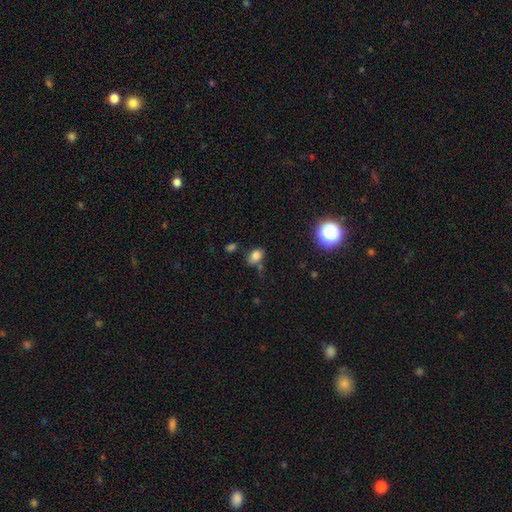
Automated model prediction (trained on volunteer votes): The model was most divided on "merging": none: 61%, minor disturbance: 22%, merger: 10%, major disturbance: 7%. More confident: smooth or featured — smooth (79%); how rounded — in between (77%).